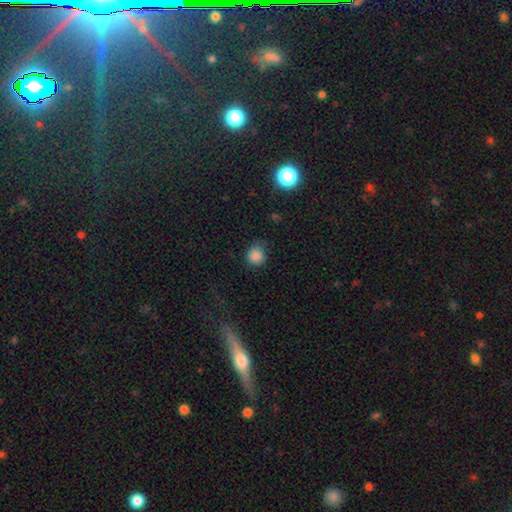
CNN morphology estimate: Smooth or featured? smooth (84%)
How rounded? round (83%)
Merging? none (61%)